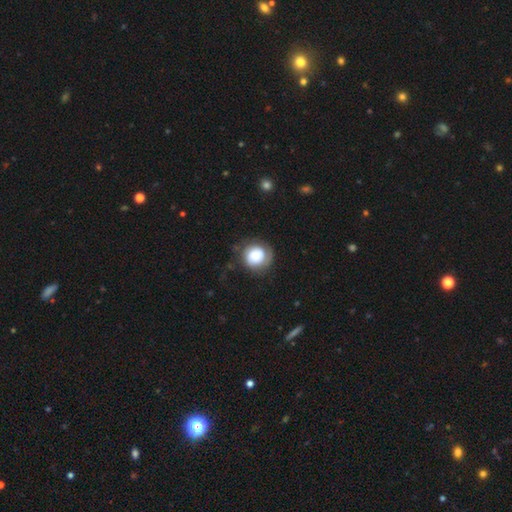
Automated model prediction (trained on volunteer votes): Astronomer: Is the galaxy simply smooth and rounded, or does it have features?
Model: smooth — 56% (runner-up: featured or disk, 36%).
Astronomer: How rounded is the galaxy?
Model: round — 86%.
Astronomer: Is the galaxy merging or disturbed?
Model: none — 66%.